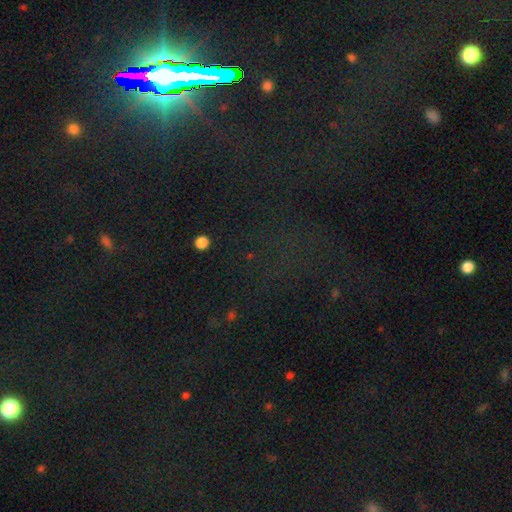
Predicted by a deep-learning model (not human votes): Smooth or featured: star or artifact — 77% (smooth — 13%)